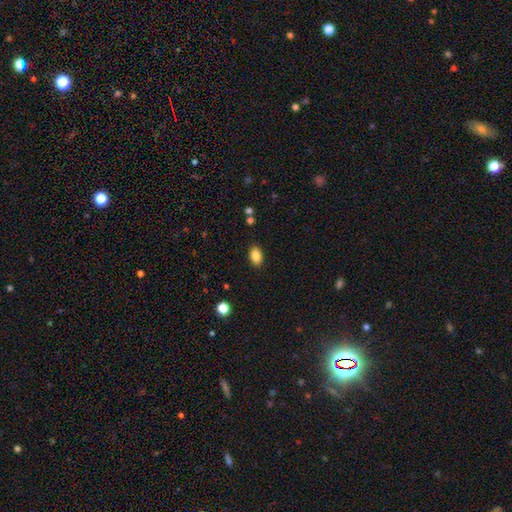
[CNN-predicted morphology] Q: Smooth or featured?
A: smooth (86%); runner-up: star or artifact (9%)
Q: How rounded?
A: in between (87%); runner-up: round (11%)
Q: Merging?
A: none (88%); runner-up: minor disturbance (9%)